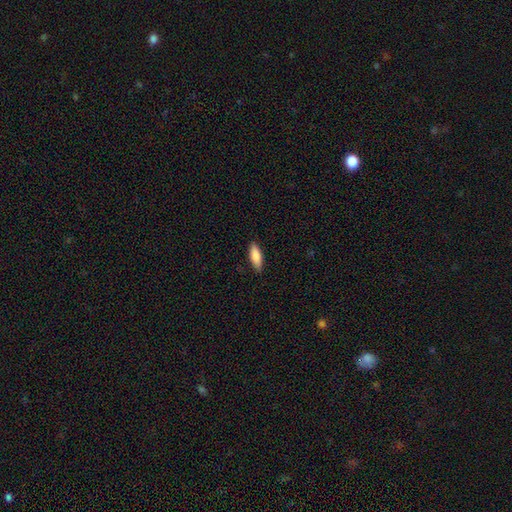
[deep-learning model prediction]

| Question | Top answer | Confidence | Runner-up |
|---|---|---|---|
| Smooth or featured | smooth | 84% | featured or disk (11%) |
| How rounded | in between | 62% | cigar-shaped (36%) |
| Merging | none | 87% | minor disturbance (10%) |